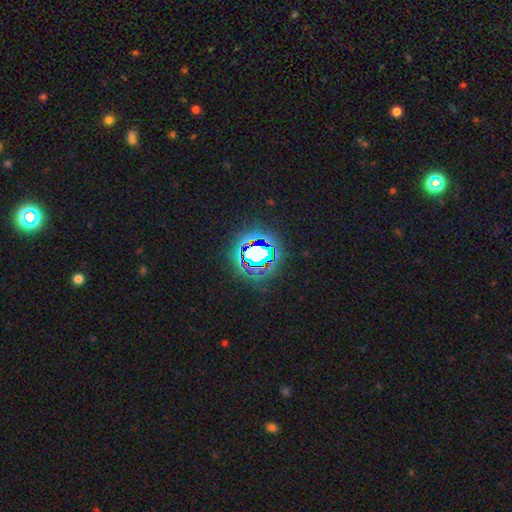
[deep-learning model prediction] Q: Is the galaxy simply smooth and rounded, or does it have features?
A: star or artifact — 62%.